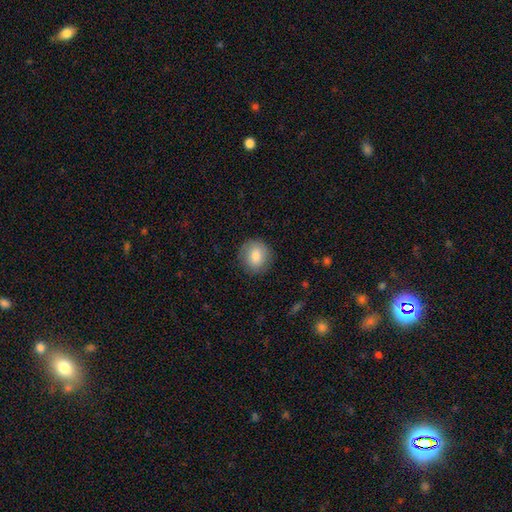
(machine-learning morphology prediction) The model was most divided on "smooth or featured": smooth: 80%, featured or disk: 12%, star or artifact: 8%. More confident: merging — none (86%); how rounded — round (85%).